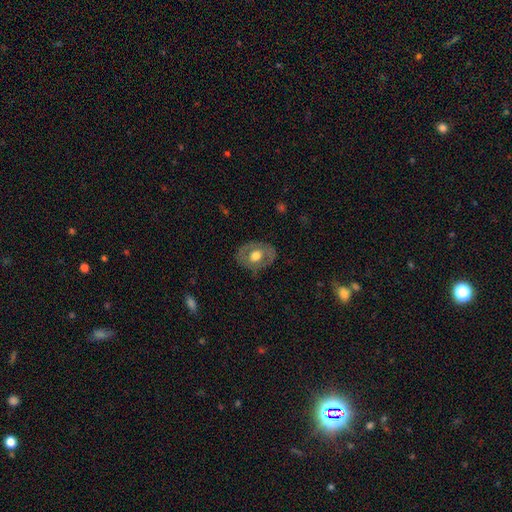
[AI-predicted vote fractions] featured or disk 48%, smooth 45%, star or artifact 6%. Down the decision tree: merging — none (75%).